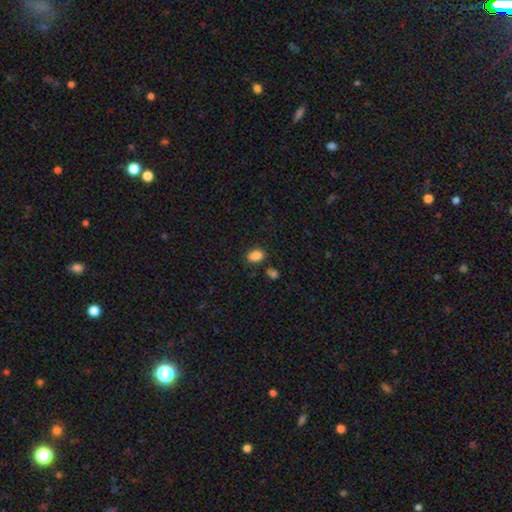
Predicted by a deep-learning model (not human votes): Smooth or featured? Predicted: smooth (p=0.87). How rounded? Predicted: in between (p=0.80). Merging? Predicted: none (p=0.80).